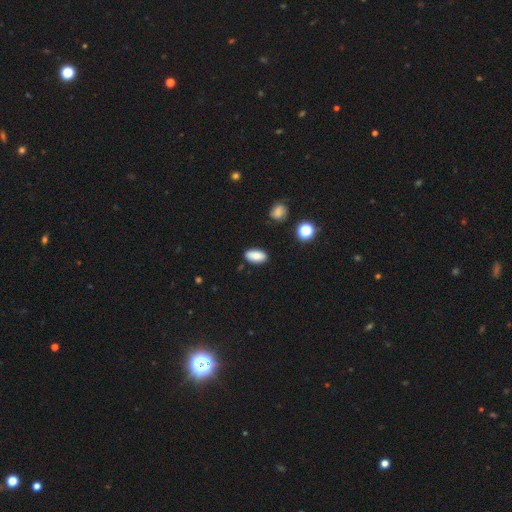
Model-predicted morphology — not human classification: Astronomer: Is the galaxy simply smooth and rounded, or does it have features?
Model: smooth — 86%.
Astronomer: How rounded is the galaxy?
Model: in between — 93%.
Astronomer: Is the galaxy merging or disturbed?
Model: none — 86%.